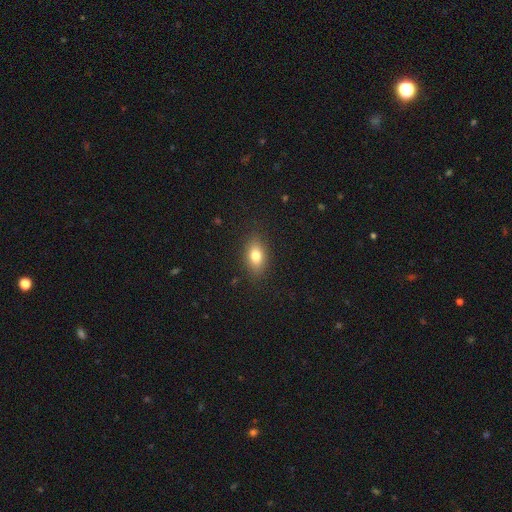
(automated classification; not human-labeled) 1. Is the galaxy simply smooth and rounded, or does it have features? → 79% smooth, 12% featured or disk, 9% star or artifact.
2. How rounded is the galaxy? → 84% in between, 12% round, 4% cigar-shaped.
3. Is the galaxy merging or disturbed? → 86% none, 10% minor disturbance, 3% major disturbance, 1% merger.